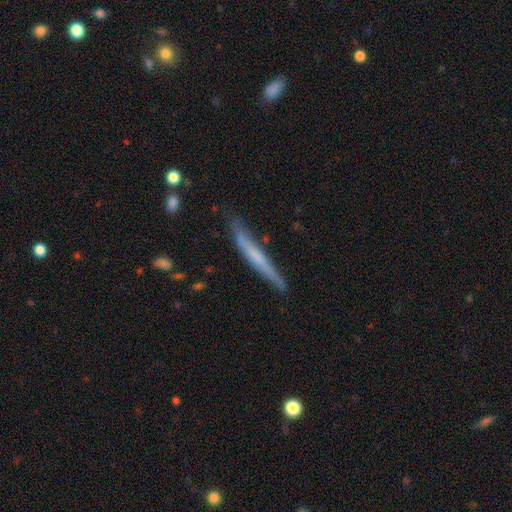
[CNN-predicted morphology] Smooth or featured? Predicted: featured or disk (p=0.48). Merging? Predicted: none (p=0.72).